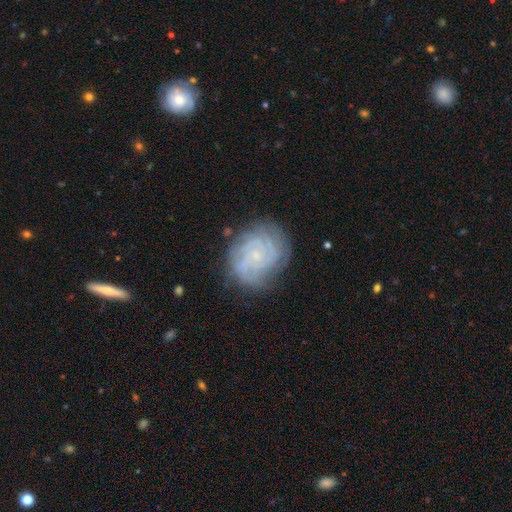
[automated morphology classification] featured or disk 76%, smooth 15%, star or artifact 8%. Down the decision tree: edge-on disk — no (98%); bar — no (75%); spiral arms — yes (94%); spiral arm count — can't tell (35%); spiral winding — tight (71%); bulge size — small (80%); merging — none (76%).